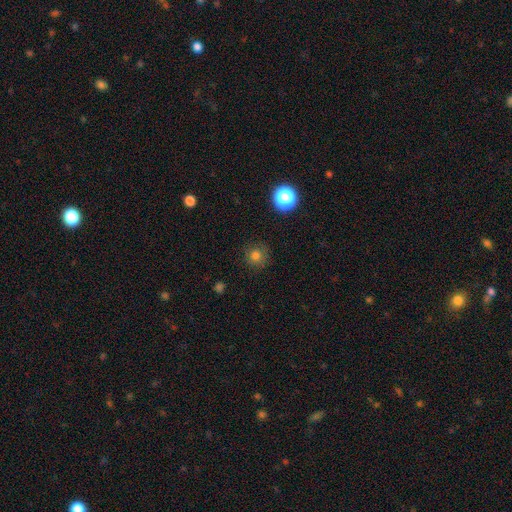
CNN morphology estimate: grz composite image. It shows a smooth galaxy with no disk features (77%) that is round (93%). Merging: none (86%).